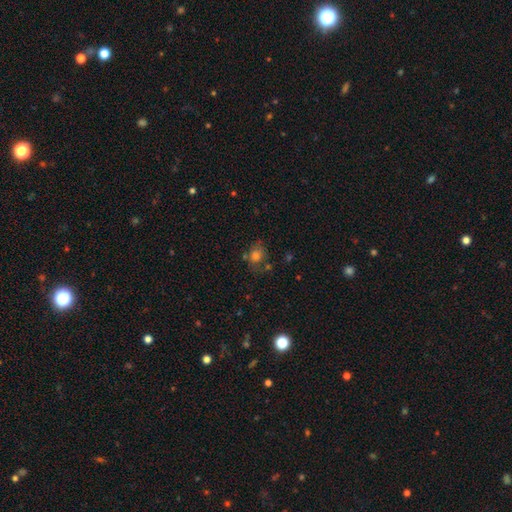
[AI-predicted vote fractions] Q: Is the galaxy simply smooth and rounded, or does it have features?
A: smooth — 67%.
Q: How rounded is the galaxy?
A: round — 58%.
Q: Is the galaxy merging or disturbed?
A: none — 58%.